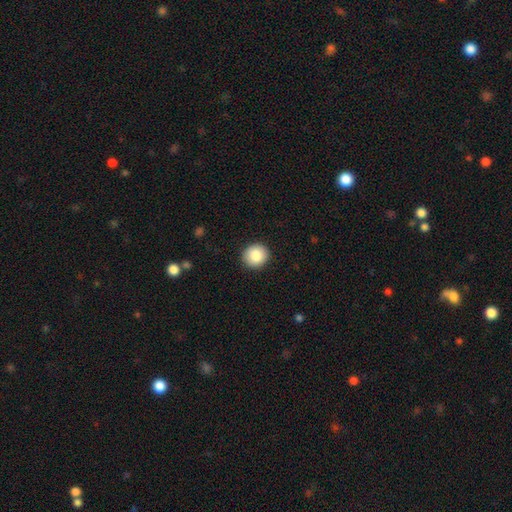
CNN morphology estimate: Smooth or featured: smooth — 85% (star or artifact — 8%)
How rounded: round — 87% (in between — 12%)
Merging: none — 91% (minor disturbance — 6%)